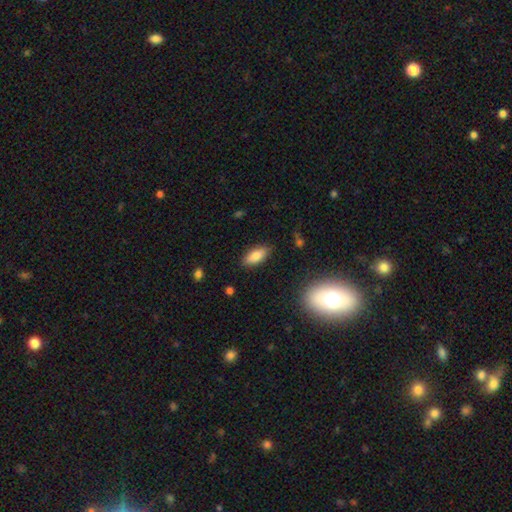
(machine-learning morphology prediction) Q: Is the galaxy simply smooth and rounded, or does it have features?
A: smooth — 81%.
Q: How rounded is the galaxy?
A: in between — 84%.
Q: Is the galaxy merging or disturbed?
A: none — 83%.